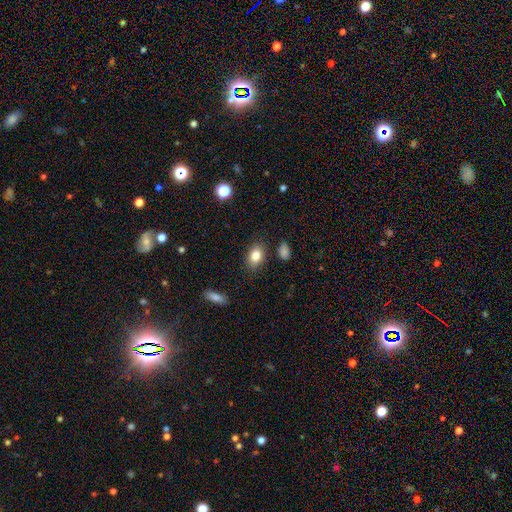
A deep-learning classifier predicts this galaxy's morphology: type=smooth (83%); roundness=in between (81%); merging=none (85%).